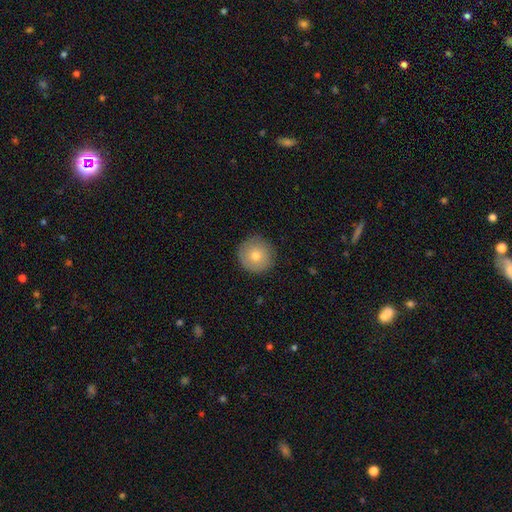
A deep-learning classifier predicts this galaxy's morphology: Smooth or featured: smooth — 74% (featured or disk — 17%)
How rounded: round — 96% (in between — 3%)
Merging: none — 89% (minor disturbance — 8%)